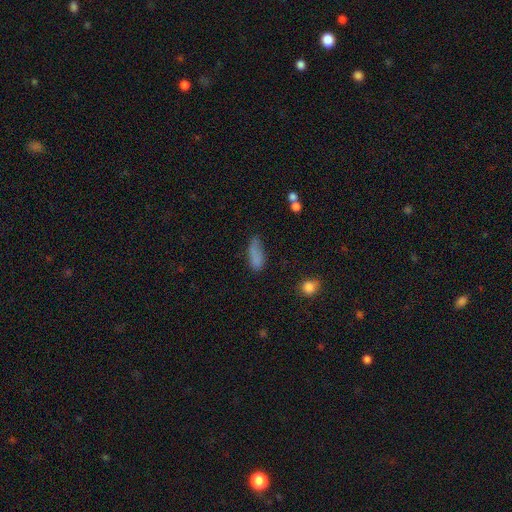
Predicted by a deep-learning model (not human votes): smooth 80%, star or artifact 10%, featured or disk 10%. Down the decision tree: how rounded — in between (69%); merging — none (52%).